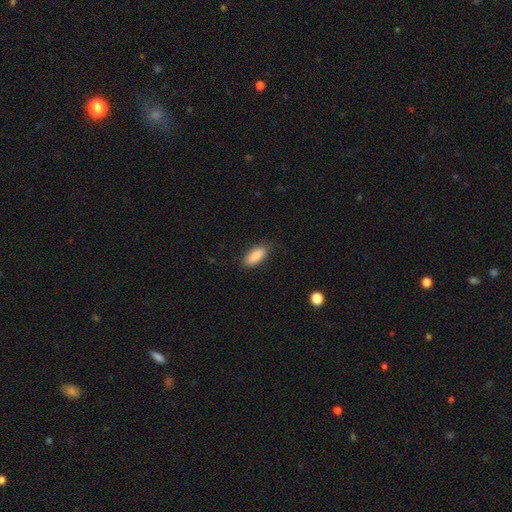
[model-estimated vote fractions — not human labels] A smooth galaxy with no disk features (88%) that is in between round and cigar-shaped (84%).

Vote fractions:
- Smooth or featured? smooth: 88% / star or artifact: 6% / featured or disk: 6%
- How rounded? in between: 84% / cigar-shaped: 14% / round: 2%
- Merging? none: 82% / minor disturbance: 14% / major disturbance: 3% / merger: 1%